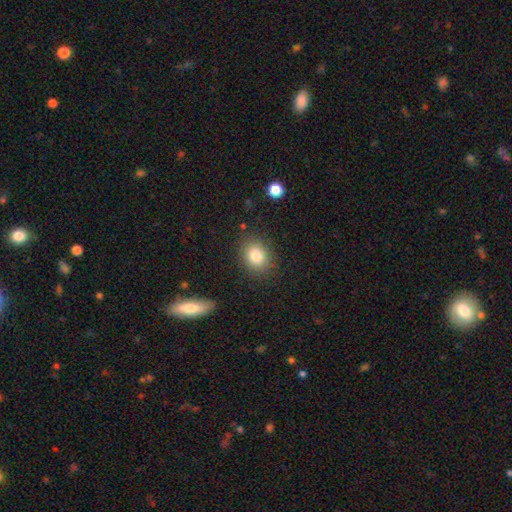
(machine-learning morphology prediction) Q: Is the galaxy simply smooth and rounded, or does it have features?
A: smooth — 82%.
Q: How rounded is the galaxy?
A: round — 53%.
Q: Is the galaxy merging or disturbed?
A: none — 86%.